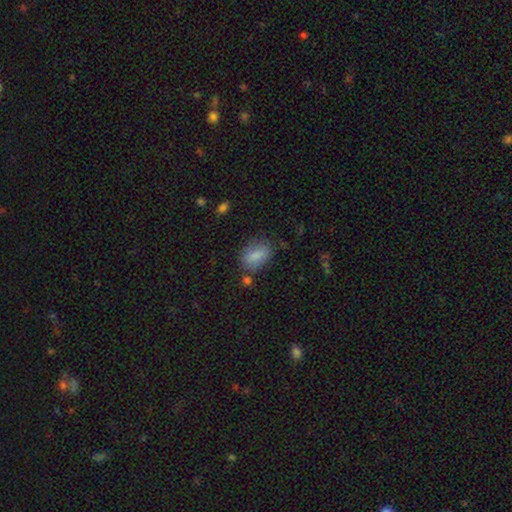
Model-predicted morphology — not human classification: type=smooth (82%); roundness=in between (84%); merging=none (68%).